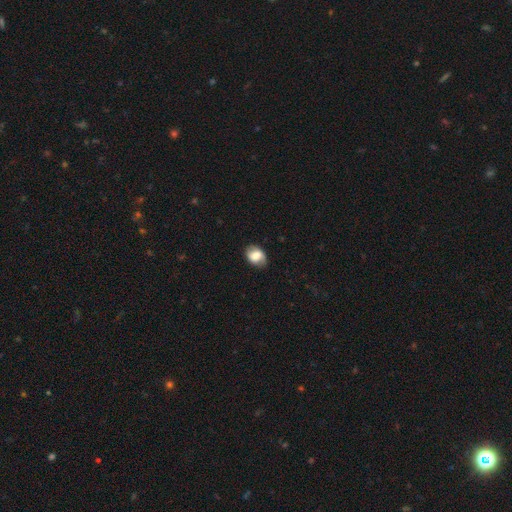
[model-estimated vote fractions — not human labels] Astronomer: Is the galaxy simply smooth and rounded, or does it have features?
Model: smooth — 70%.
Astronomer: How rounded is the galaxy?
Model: in between — 71%.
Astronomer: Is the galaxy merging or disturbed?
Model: none — 73%.